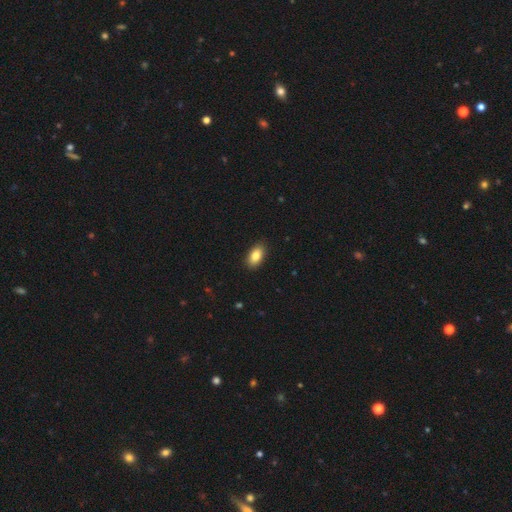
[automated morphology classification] smooth_or_featured: smooth (p=0.85) [alt: star or artifact p=0.08]
how_rounded: in between (p=0.92) [alt: round p=0.06]
merging: none (p=0.89) [alt: minor disturbance p=0.08]